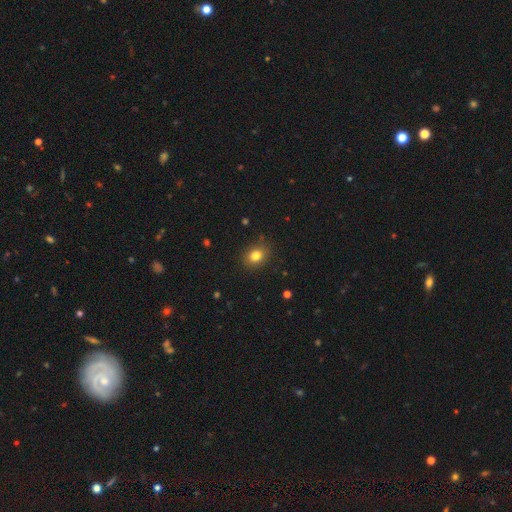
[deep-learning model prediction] Smooth or featured? Predicted: smooth (p=0.81). How rounded? Predicted: round (p=0.58). Merging? Predicted: none (p=0.86).